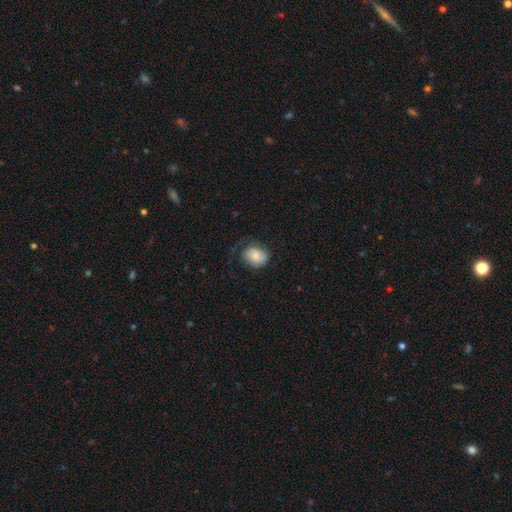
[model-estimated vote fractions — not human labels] Smooth or featured? smooth (78%)
How rounded? in between (55%)
Merging? none (59%)